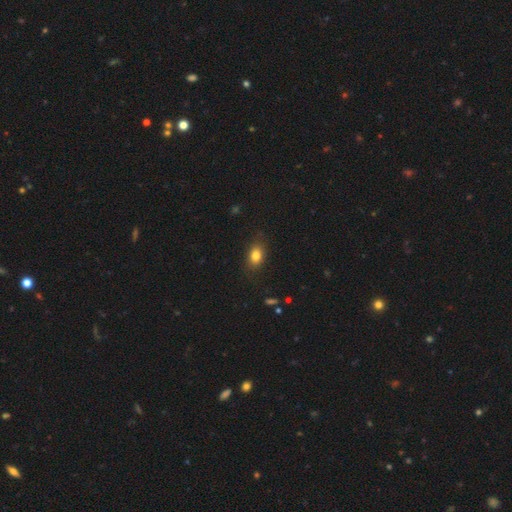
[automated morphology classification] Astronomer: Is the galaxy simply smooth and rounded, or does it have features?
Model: smooth — 82%.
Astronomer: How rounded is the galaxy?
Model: in between — 77%.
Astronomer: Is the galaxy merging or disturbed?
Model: none — 81%.